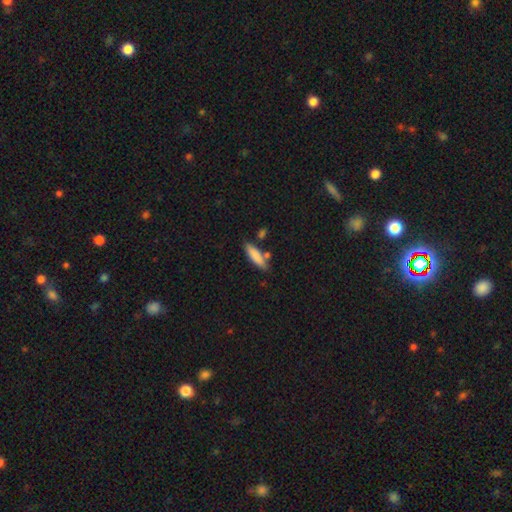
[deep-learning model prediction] Smooth or featured: smooth — 83% (featured or disk — 11%)
How rounded: cigar-shaped — 66% (in between — 32%)
Merging: none — 74% (minor disturbance — 14%)